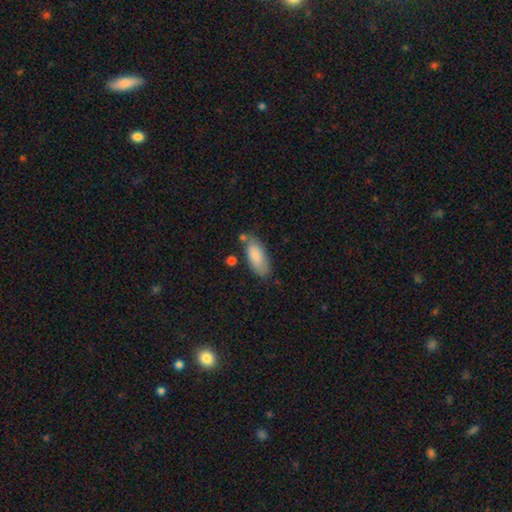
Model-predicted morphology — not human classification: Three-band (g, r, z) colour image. It shows a smooth galaxy with no disk features (83%) that is in between round and cigar-shaped (85%). Merging: none (65%).